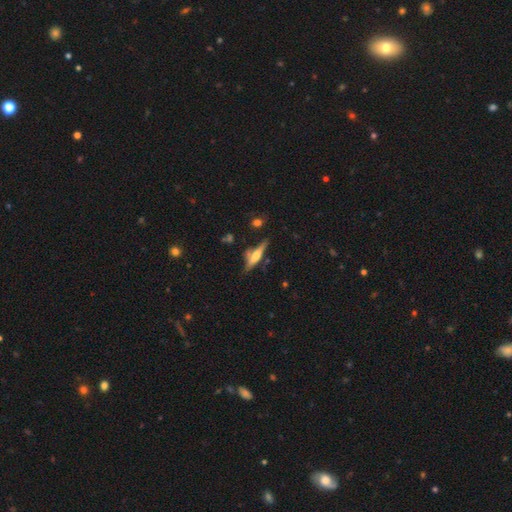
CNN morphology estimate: smooth_or_featured: featured or disk (p=0.63) [alt: smooth p=0.30]
disk_edge_on: yes (p=0.94) [alt: no p=0.06]
edge_on_bulge: rounded (p=0.85) [alt: boxy p=0.10]
merging: none (p=0.69) [alt: minor disturbance p=0.17]